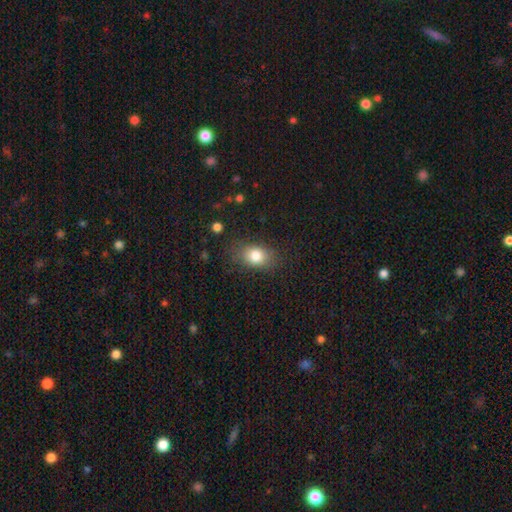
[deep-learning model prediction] smooth-or-featured: smooth: 81% | featured or disk: 10% | star or artifact: 9%
  how-rounded: in between: 73% | round: 25% | cigar-shaped: 2%
  merging: none: 79% | minor disturbance: 14% | major disturbance: 5% | merger: 1%